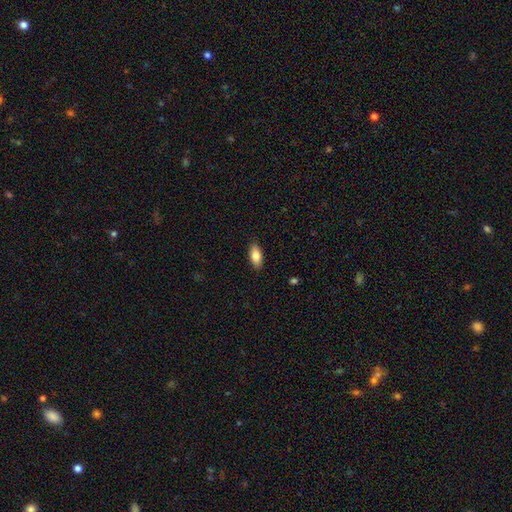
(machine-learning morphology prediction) Q: Smooth or featured?
A: smooth (82%); runner-up: featured or disk (12%)
Q: How rounded?
A: in between (88%); runner-up: cigar-shaped (10%)
Q: Merging?
A: none (89%); runner-up: minor disturbance (8%)